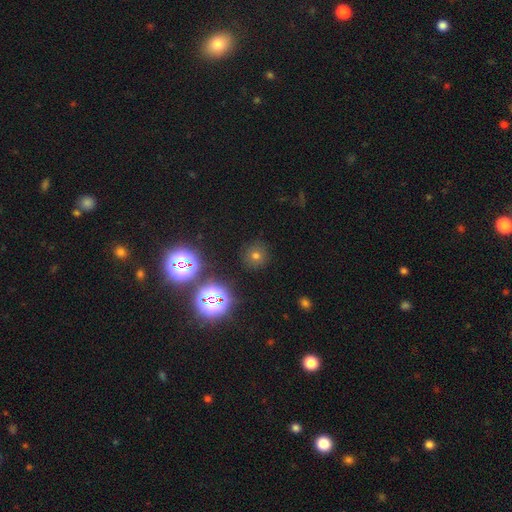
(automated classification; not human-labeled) Morphology: type=smooth (59%); roundness=round (92%); merging=none (87%).